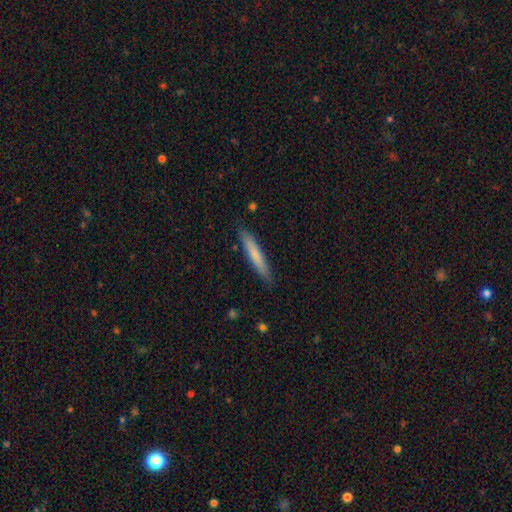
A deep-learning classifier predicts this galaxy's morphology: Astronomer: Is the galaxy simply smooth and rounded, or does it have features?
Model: smooth — 74%.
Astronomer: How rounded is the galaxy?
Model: cigar-shaped — 92%.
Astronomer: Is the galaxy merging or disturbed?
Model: none — 86%.